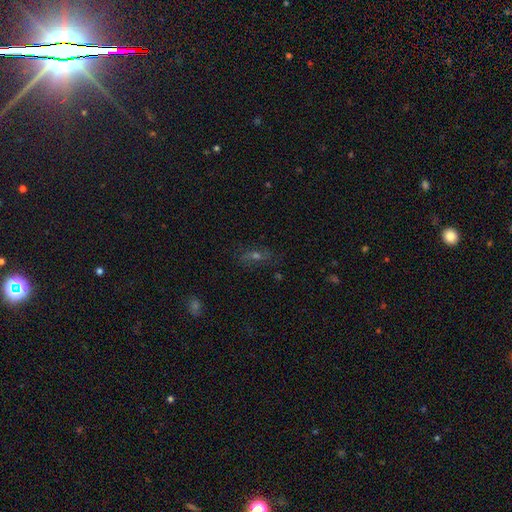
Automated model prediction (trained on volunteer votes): The model was most divided on "smooth or featured": featured or disk: 36%, smooth: 33%, star or artifact: 31%. More confident: merging — none (76%).